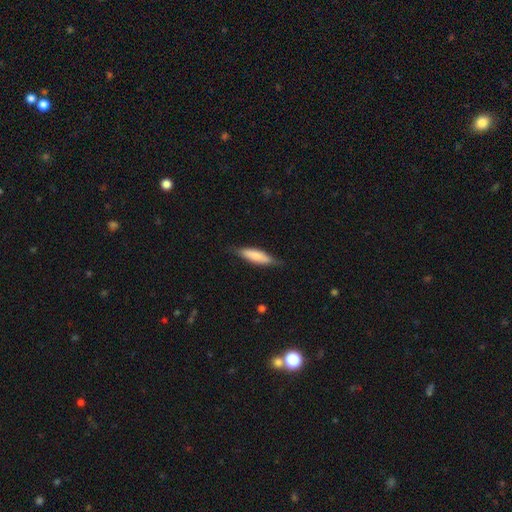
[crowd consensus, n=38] smooth 71%, featured or disk 21%, star or artifact 8%. Down the decision tree: how rounded — cigar-shaped (56%); merging — none (74%).